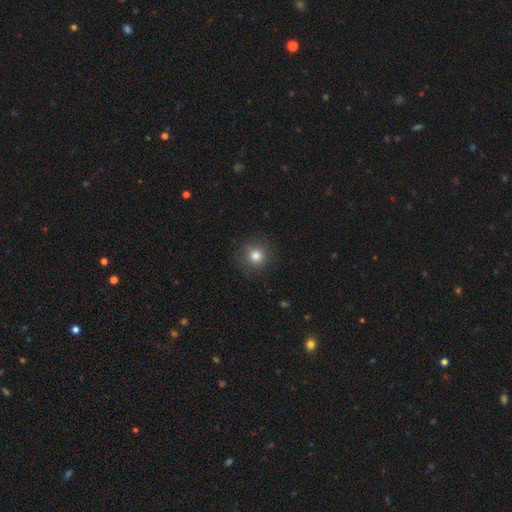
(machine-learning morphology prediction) The model was most divided on "smooth or featured": smooth: 82%, star or artifact: 12%, featured or disk: 6%. More confident: how rounded — round (93%); merging — none (88%).